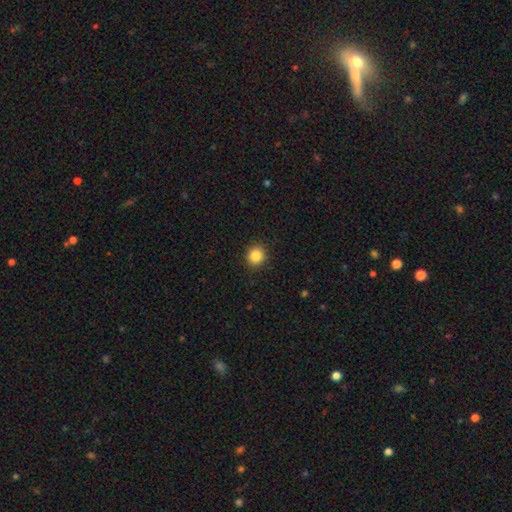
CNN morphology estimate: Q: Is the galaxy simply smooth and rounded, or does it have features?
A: smooth — 86%.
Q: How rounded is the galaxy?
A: round — 87%.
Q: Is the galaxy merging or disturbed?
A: none — 91%.